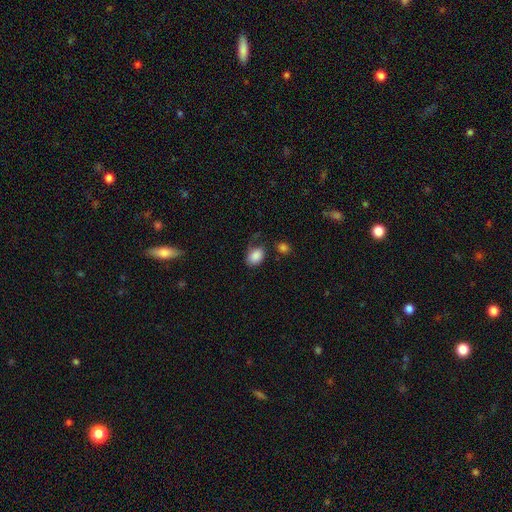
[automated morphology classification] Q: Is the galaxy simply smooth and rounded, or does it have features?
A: smooth — 86%.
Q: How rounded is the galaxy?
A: in between — 76%.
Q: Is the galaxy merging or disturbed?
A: none — 55%.